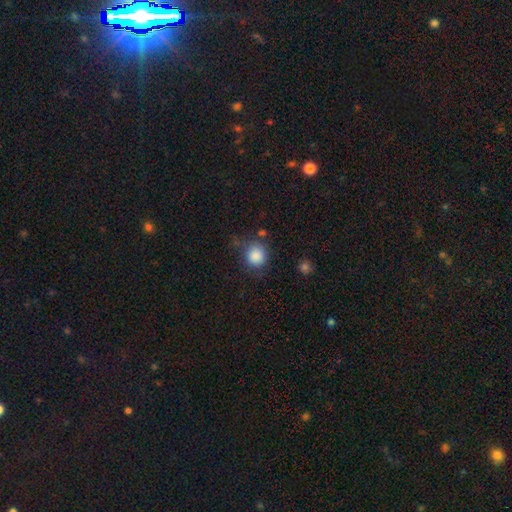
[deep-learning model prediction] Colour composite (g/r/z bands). It shows a smooth galaxy with no disk features (86%) that is round (86%). Merging: none (71%).